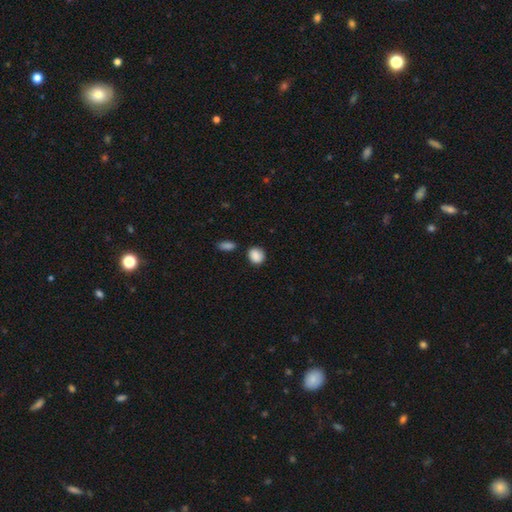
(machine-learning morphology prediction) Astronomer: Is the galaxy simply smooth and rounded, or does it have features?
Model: smooth — 88%.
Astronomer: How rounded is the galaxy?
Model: round — 62%.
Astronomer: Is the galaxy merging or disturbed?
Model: none — 78%.